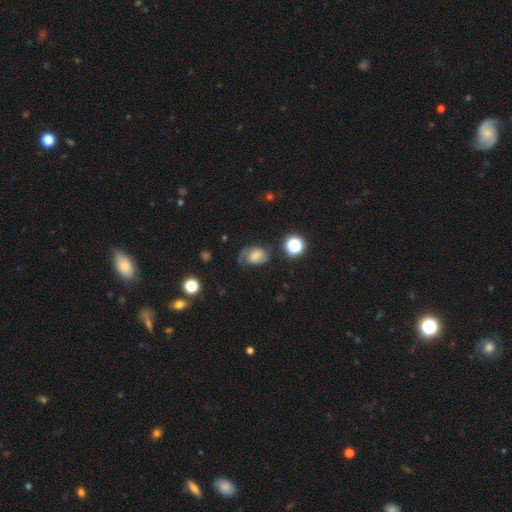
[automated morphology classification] Smooth or featured: smooth — 51% (featured or disk — 36%)
How rounded: in between — 66% (round — 33%)
Merging: none — 45% (minor disturbance — 29%)